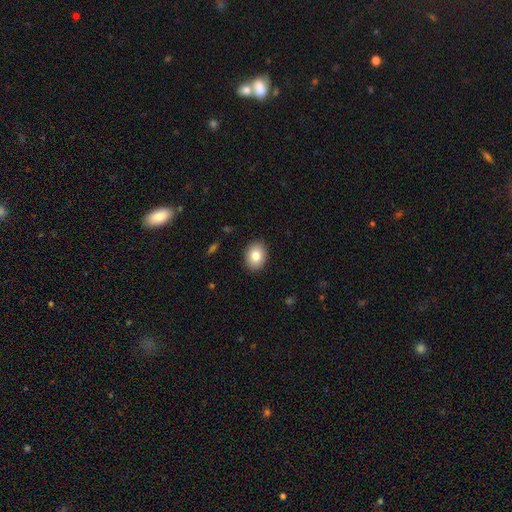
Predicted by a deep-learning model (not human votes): smooth_or_featured: smooth (p=0.83) [alt: featured or disk p=0.09]
how_rounded: in between (p=0.66) [alt: round p=0.34]
merging: none (p=0.89) [alt: minor disturbance p=0.08]